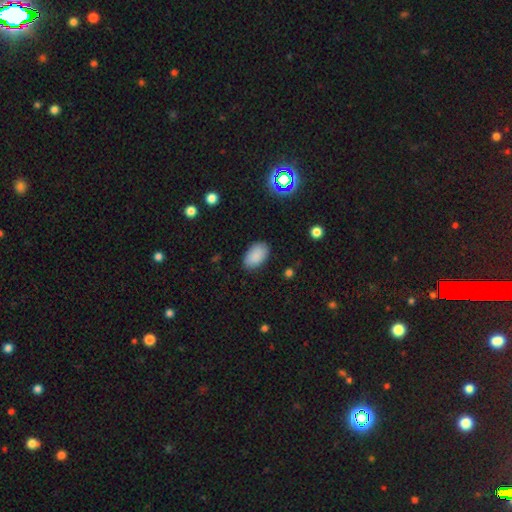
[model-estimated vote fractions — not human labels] Overall: smooth (88%). How rounded: in between (93%). Merging: none (85%).